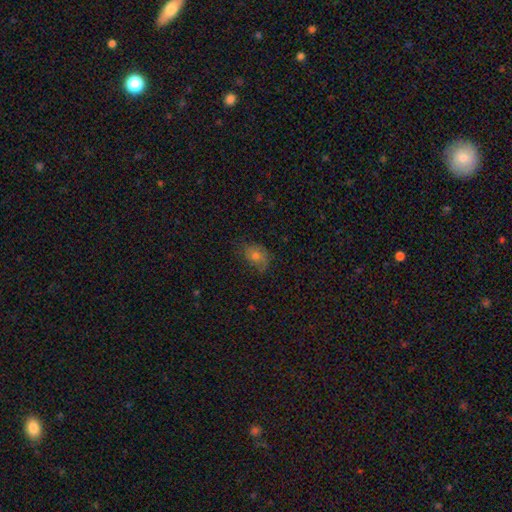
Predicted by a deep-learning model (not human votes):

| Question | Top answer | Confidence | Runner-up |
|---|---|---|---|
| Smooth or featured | smooth | 60% | featured or disk (25%) |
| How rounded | in between | 66% | round (32%) |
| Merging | none | 62% | minor disturbance (26%) |